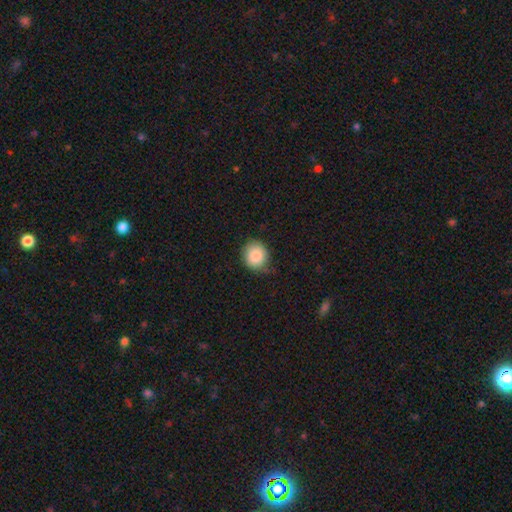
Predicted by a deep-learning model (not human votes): Smooth or featured?
  - smooth: 87% *
  - star or artifact: 8%
  - featured or disk: 5%
How rounded?
  - round: 79% *
  - in between: 20%
  - cigar-shaped: 1%
Merging?
  - none: 75% *
  - minor disturbance: 20%
  - major disturbance: 4%
  - merger: 1%